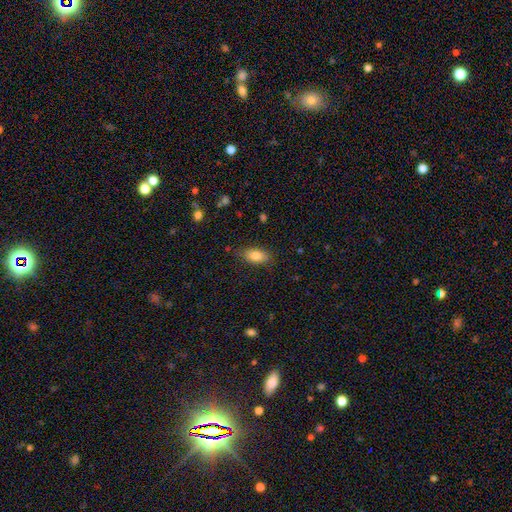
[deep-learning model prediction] smooth 83%, featured or disk 9%, star or artifact 8%. Down the decision tree: how rounded — in between (89%); merging — none (82%).